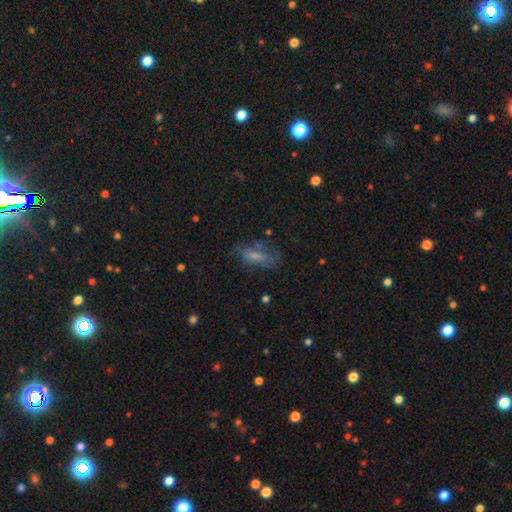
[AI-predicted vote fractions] smooth 59%, featured or disk 29%, star or artifact 12%. Down the decision tree: how rounded — in between (71%); merging — none (56%).